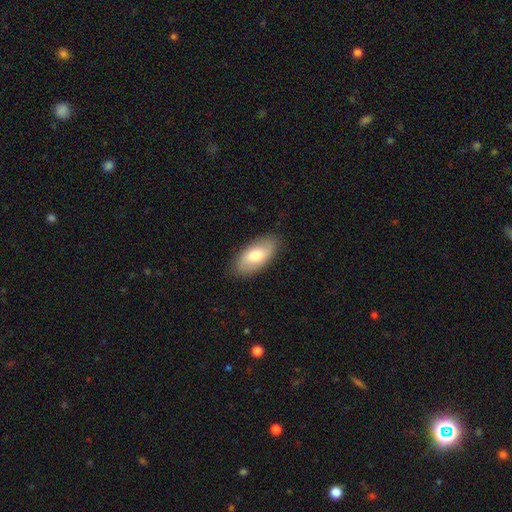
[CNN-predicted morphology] This appears to be a smooth galaxy with no disk features (72%) that is in between round and cigar-shaped (93%). Merging: none (85%).